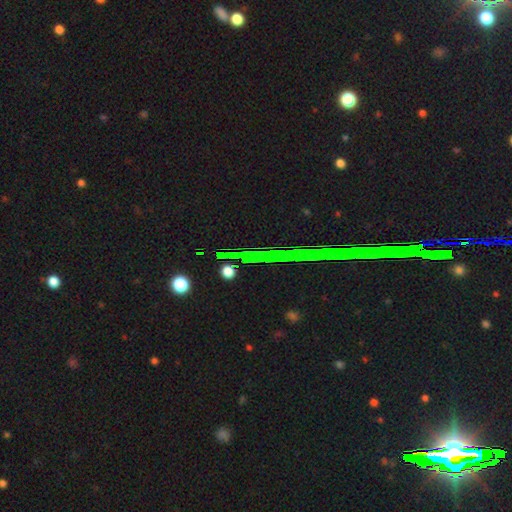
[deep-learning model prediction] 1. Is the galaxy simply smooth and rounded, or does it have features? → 84% star or artifact, 9% featured or disk, 7% smooth.